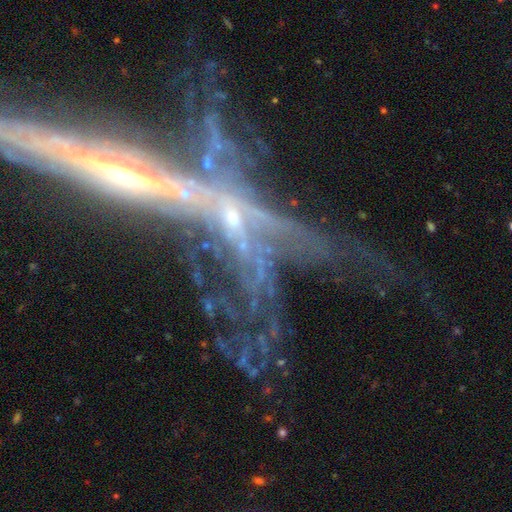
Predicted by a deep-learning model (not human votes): Smooth or featured?
  - featured or disk: 69% *
  - star or artifact: 21%
  - smooth: 10%
Edge-on disk?
  - no: 58% *
  - yes: 42%
Merging?
  - merger: 47% *
  - major disturbance: 26%
  - none: 18%
  - minor disturbance: 9%